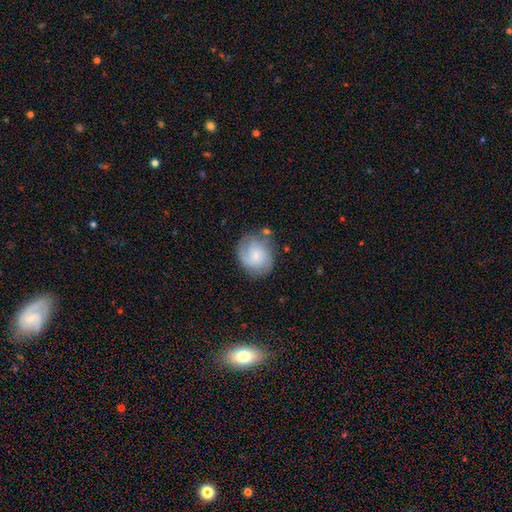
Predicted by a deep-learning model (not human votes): smooth-or-featured: smooth: 52% | featured or disk: 40% | star or artifact: 8%
  how-rounded: round: 73% | in between: 26% | cigar-shaped: 1%
  merging: none: 65% | minor disturbance: 22% | major disturbance: 8% | merger: 5%